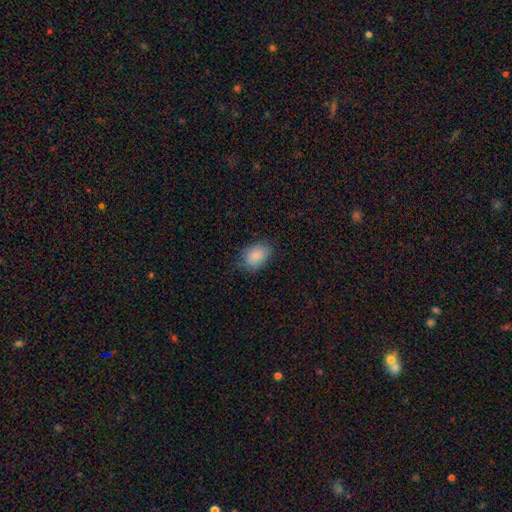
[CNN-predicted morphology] Smooth or featured? Predicted: smooth (p=0.87). How rounded? Predicted: in between (p=0.79). Merging? Predicted: none (p=0.76).